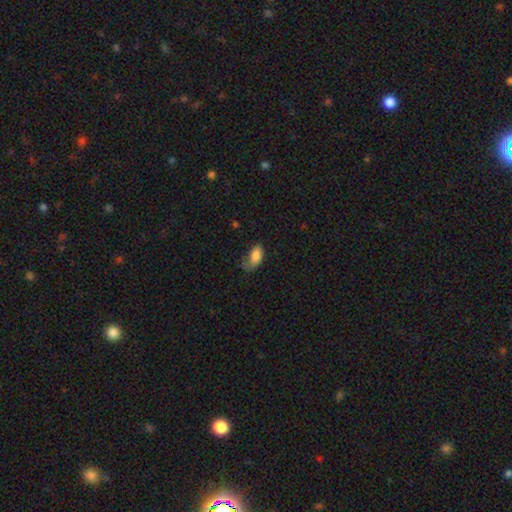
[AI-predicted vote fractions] Smooth or featured? Predicted: smooth (p=0.79). How rounded? Predicted: in between (p=0.92). Merging? Predicted: none (p=0.36).